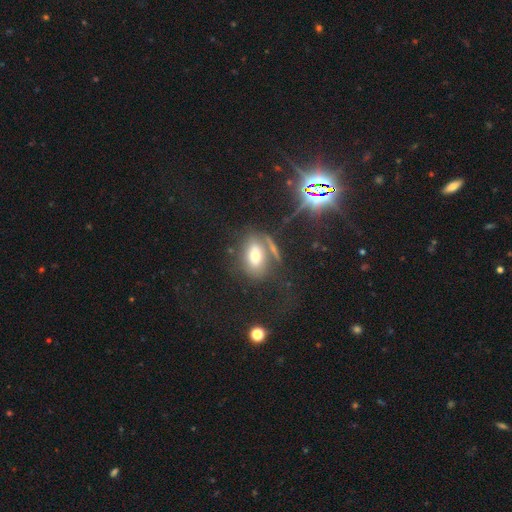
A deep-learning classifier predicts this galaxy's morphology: Smooth or featured: smooth — 62% (featured or disk — 21%)
How rounded: in between — 80% (round — 16%)
Merging: none — 57% (minor disturbance — 16%)